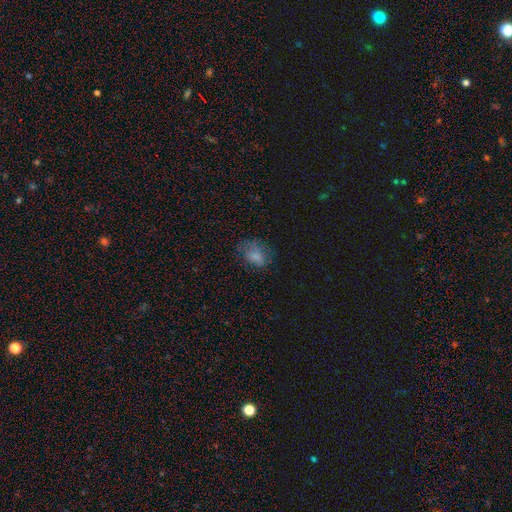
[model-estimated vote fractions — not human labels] Smooth or featured: smooth — 70% (featured or disk — 16%)
How rounded: in between — 74% (round — 24%)
Merging: none — 55% (minor disturbance — 25%)